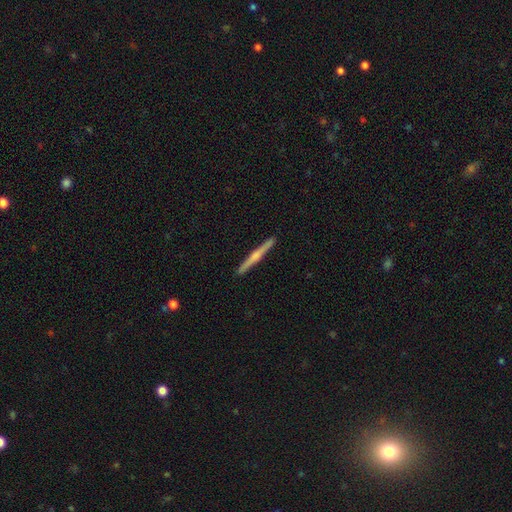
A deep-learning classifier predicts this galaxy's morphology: Smooth or featured: featured or disk — 65% (smooth — 30%)
Edge-on disk: yes — 98% (no — 2%)
Edge-on bulge: rounded — 70% (none — 19%)
Merging: none — 92% (minor disturbance — 5%)